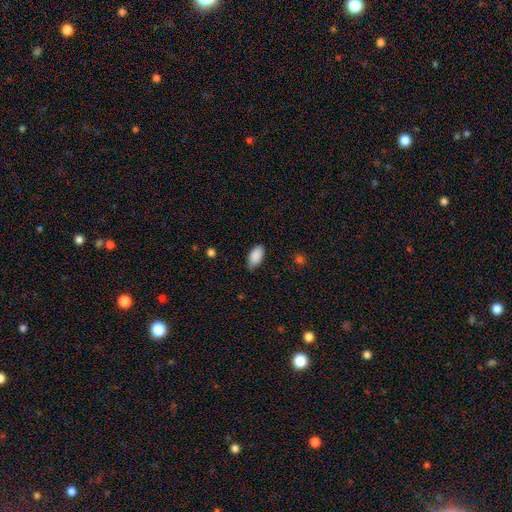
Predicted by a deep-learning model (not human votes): smooth_or_featured: smooth (p=0.89) [alt: star or artifact p=0.07]
how_rounded: in between (p=0.94) [alt: round p=0.03]
merging: none (p=0.75) [alt: minor disturbance p=0.21]